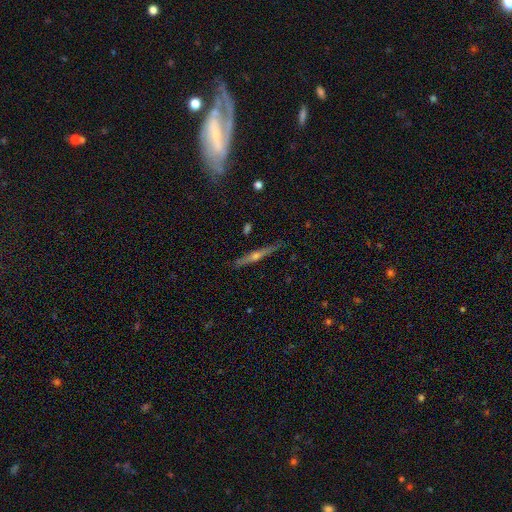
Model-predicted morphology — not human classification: A featured or disk galaxy (74%) viewed edge-on (97%) with a rounded central bulge (86%).

Vote fractions:
- Smooth or featured? featured or disk: 74% / smooth: 19% / star or artifact: 7%
- Edge-on disk? yes: 97% / no: 3%
- Edge-on bulge? rounded: 86% / none: 10% / boxy: 4%
- Merging? none: 89% / minor disturbance: 8% / major disturbance: 2% / merger: 1%